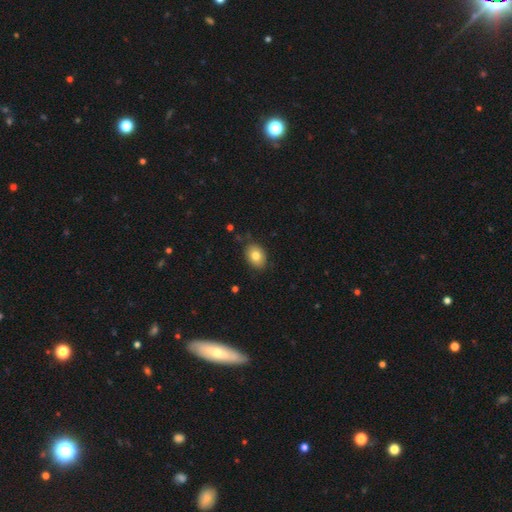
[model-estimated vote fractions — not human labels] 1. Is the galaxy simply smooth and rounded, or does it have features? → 80% smooth, 11% featured or disk, 9% star or artifact.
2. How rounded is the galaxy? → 67% in between, 32% round, 1% cigar-shaped.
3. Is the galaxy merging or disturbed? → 85% none, 11% minor disturbance, 2% major disturbance, 1% merger.